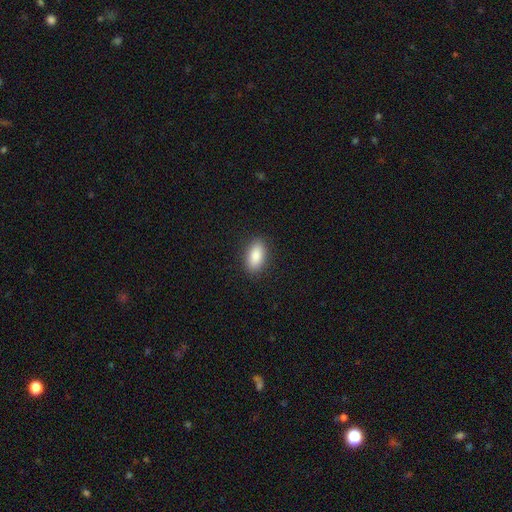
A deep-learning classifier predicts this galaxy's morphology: Smooth or featured?
  - smooth: 88% *
  - star or artifact: 7%
  - featured or disk: 6%
How rounded?
  - in between: 89% *
  - cigar-shaped: 7%
  - round: 4%
Merging?
  - none: 89% *
  - minor disturbance: 8%
  - major disturbance: 2%
  - merger: 1%